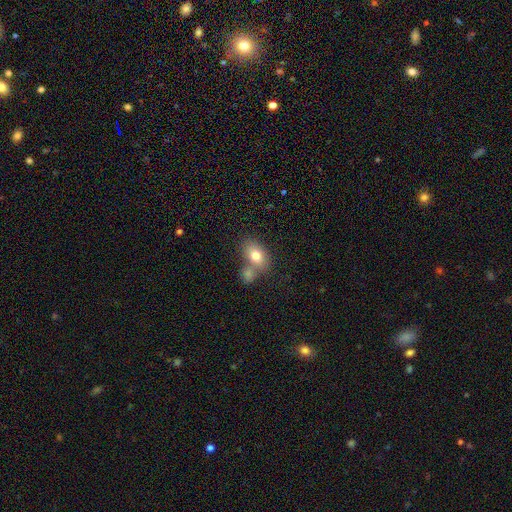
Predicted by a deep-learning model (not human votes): smooth_or_featured: smooth (p=0.77) [alt: featured or disk p=0.14]
how_rounded: in between (p=0.82) [alt: round p=0.16]
merging: none (p=0.44) [alt: merger p=0.40]